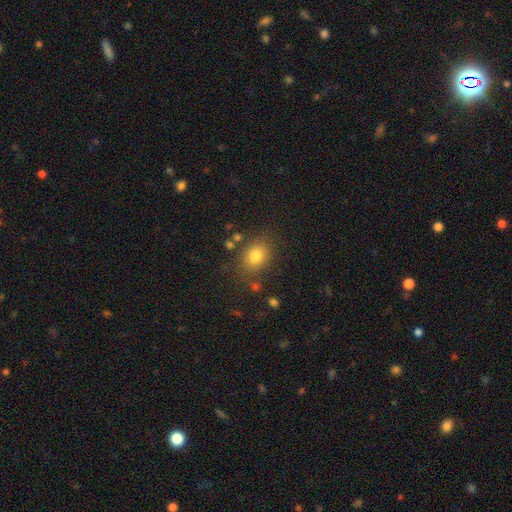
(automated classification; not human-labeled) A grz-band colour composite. It shows a smooth galaxy with no disk features (79%) that is in between round and cigar-shaped (56%). Merging: none (79%).